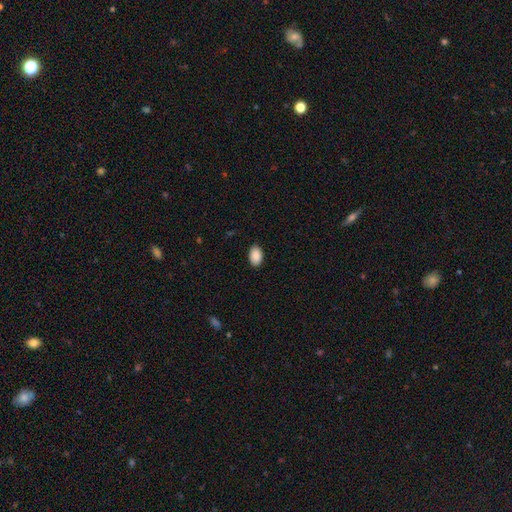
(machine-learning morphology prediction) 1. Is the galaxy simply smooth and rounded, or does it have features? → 90% smooth, 7% star or artifact, 3% featured or disk.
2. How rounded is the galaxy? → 90% in between, 9% round, 1% cigar-shaped.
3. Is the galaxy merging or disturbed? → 88% none, 9% minor disturbance, 2% major disturbance, 1% merger.